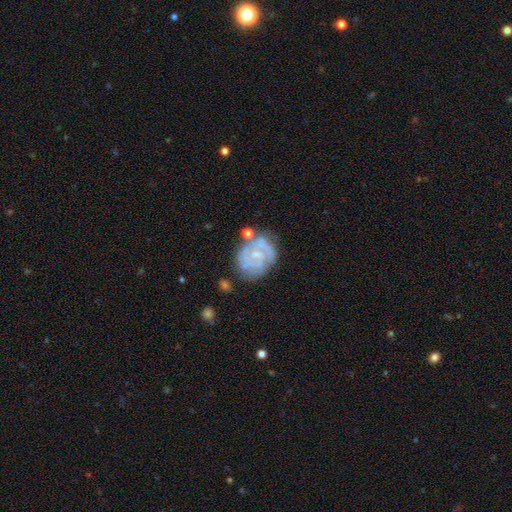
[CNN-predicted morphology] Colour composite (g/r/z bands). It shows a featured or disk galaxy (80%) with no bar (62%), 2 (31%) tight (63%) spiral arms (92%) and a small central bulge (65%). Merging: none (63%).